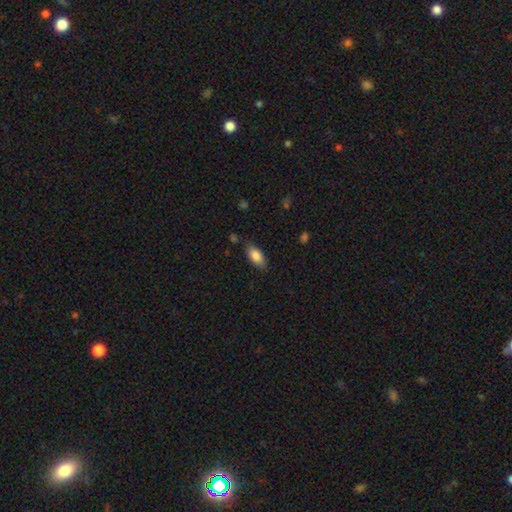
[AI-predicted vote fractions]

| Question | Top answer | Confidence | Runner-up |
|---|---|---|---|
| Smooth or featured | smooth | 85% | featured or disk (8%) |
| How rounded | in between | 88% | cigar-shaped (9%) |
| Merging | none | 81% | minor disturbance (14%) |